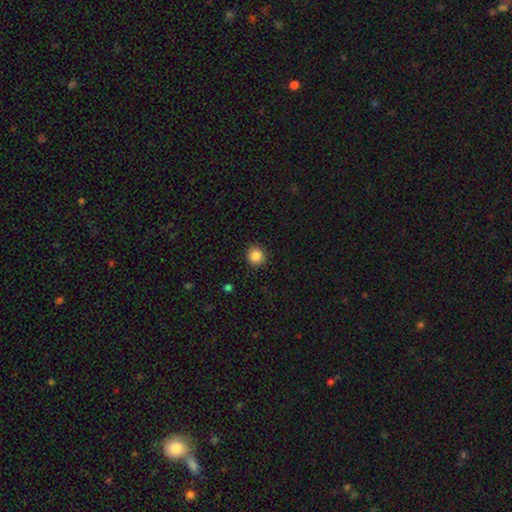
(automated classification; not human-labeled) Smooth or featured? smooth (86%)
How rounded? round (89%)
Merging? none (89%)